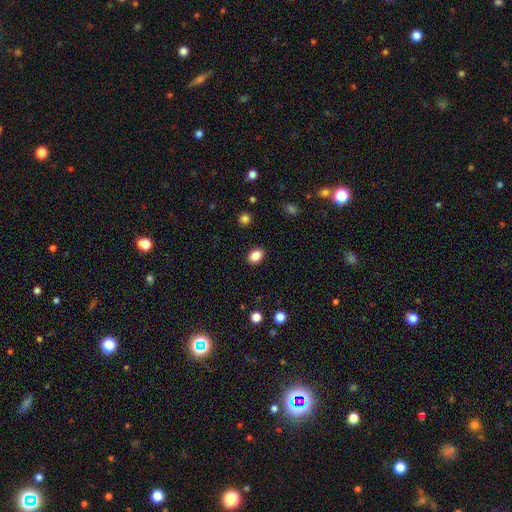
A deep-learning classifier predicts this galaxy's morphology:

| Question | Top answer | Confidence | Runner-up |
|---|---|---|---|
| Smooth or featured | smooth | 86% | star or artifact (9%) |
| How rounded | in between | 74% | round (25%) |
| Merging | none | 89% | minor disturbance (7%) |